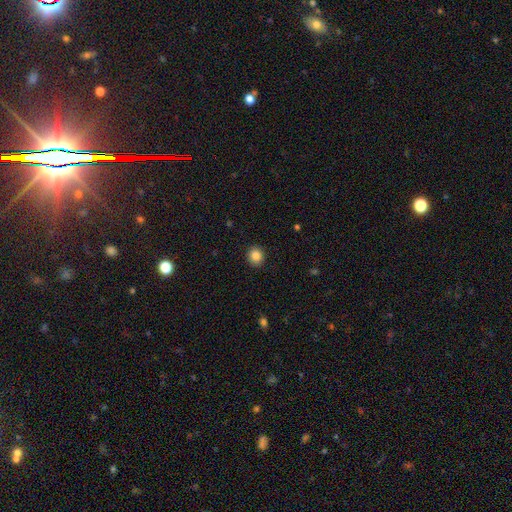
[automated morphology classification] Q: Smooth or featured?
A: smooth (86%); runner-up: star or artifact (10%)
Q: How rounded?
A: round (79%); runner-up: in between (20%)
Q: Merging?
A: none (91%); runner-up: minor disturbance (6%)